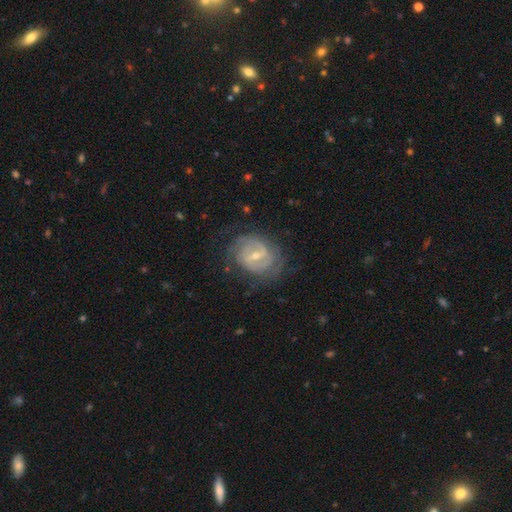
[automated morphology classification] Smooth or featured: featured or disk — 86% (smooth — 9%)
Edge-on disk: no — 97% (yes — 3%)
Bar: weak — 54% (strong — 28%)
Spiral arms: yes — 93% (no — 7%)
Spiral winding: tight — 58% (medium — 33%)
Spiral arm count: 2 — 52% (can't tell — 25%)
Bulge size: small — 54% (moderate — 43%)
Merging: none — 72% (minor disturbance — 18%)